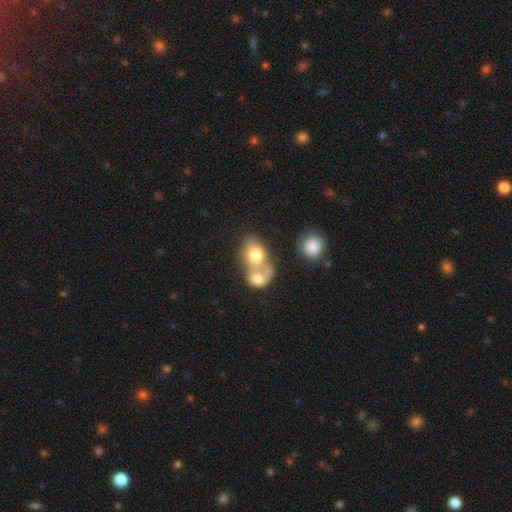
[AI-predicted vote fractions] Q: Smooth or featured?
A: smooth (68%); runner-up: featured or disk (24%)
Q: How rounded?
A: in between (60%); runner-up: round (39%)
Q: Merging?
A: merger (72%); runner-up: none (16%)